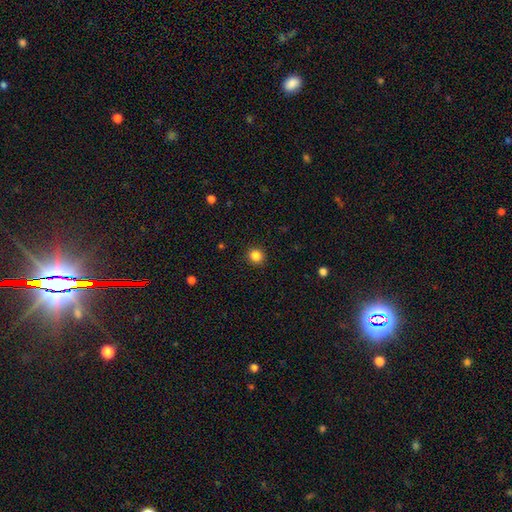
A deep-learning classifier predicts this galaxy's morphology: The model was most divided on "smooth or featured": smooth: 85%, star or artifact: 11%, featured or disk: 3%. More confident: merging — none (91%); how rounded — round (90%).